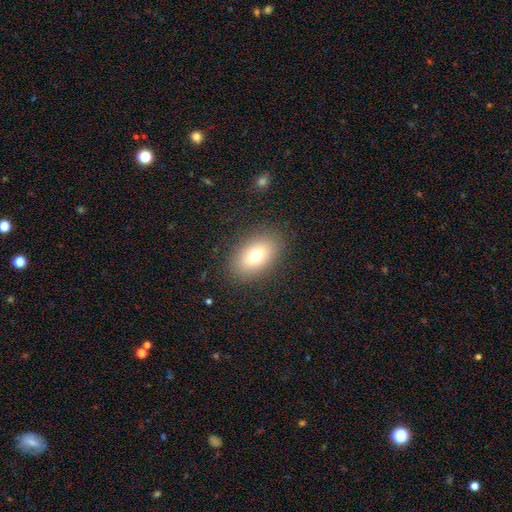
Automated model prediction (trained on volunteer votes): smooth-or-featured: smooth: 72% | featured or disk: 17% | star or artifact: 11%
  how-rounded: in between: 86% | round: 12% | cigar-shaped: 2%
  merging: none: 86% | minor disturbance: 9% | major disturbance: 4% | merger: 1%